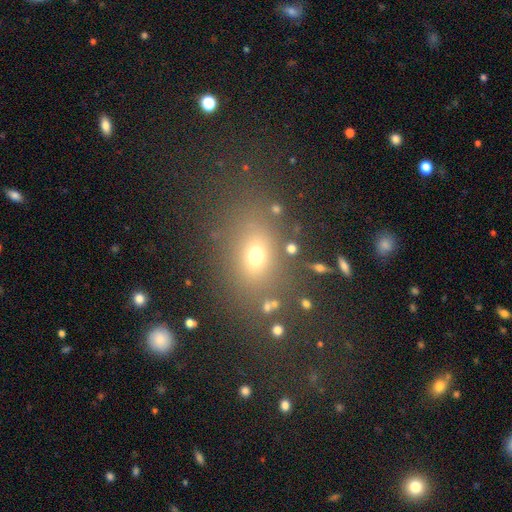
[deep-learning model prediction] Q: Smooth or featured?
A: smooth (66%); runner-up: star or artifact (21%)
Q: How rounded?
A: in between (63%); runner-up: round (34%)
Q: Merging?
A: none (76%); runner-up: minor disturbance (12%)